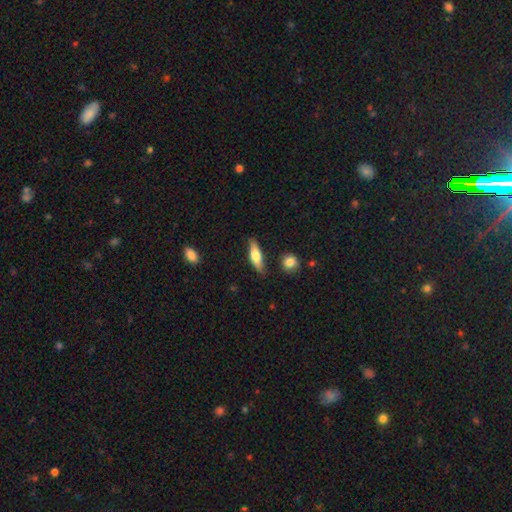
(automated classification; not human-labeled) Q: Smooth or featured?
A: smooth (63%); runner-up: featured or disk (31%)
Q: How rounded?
A: cigar-shaped (50%); runner-up: in between (47%)
Q: Merging?
A: none (78%); runner-up: minor disturbance (16%)